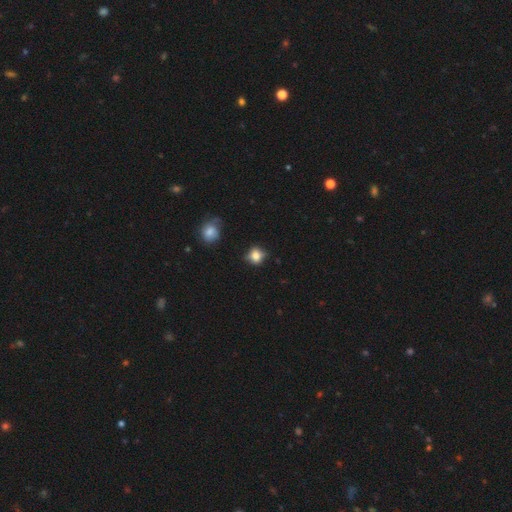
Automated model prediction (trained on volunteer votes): Q: Smooth or featured?
A: smooth (74%); runner-up: featured or disk (15%)
Q: How rounded?
A: round (74%); runner-up: in between (25%)
Q: Merging?
A: none (67%); runner-up: minor disturbance (24%)